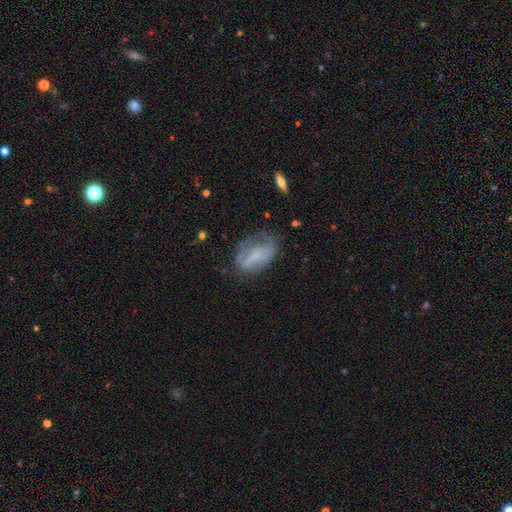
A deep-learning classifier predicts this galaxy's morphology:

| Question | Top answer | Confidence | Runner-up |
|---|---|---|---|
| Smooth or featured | smooth | 47% | featured or disk (42%) |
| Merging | none | 44% | minor disturbance (30%) |